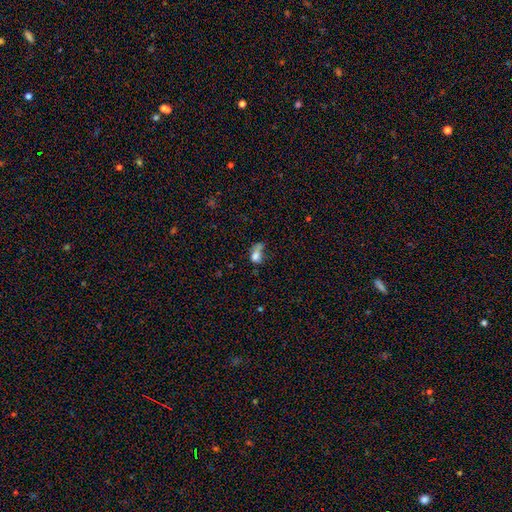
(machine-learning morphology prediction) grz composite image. It shows a smooth galaxy with no disk features (70%) that is in between round and cigar-shaped (72%). Merging: major disturbance (31%).